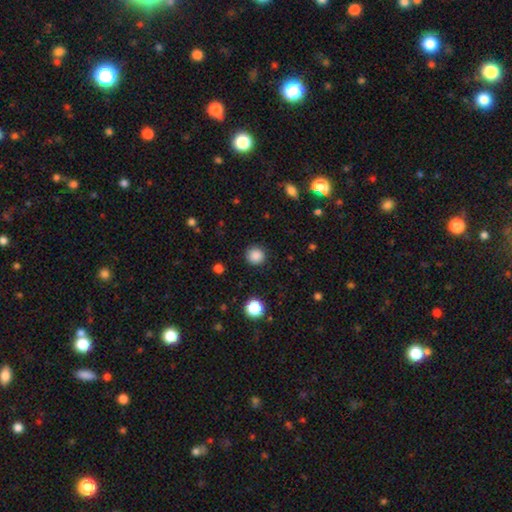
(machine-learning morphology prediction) This appears to be a smooth galaxy with no disk features (86%) that is round (94%). Merging: none (90%).